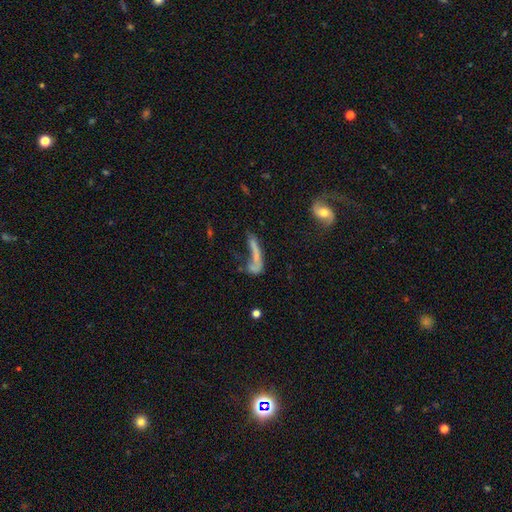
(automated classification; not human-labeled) featured or disk 44%, smooth 42%, star or artifact 15%. Down the decision tree: merging — major disturbance (34%).